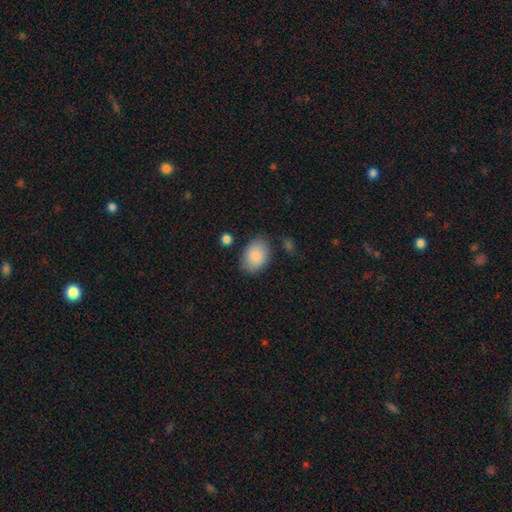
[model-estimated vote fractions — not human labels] This is clearly a smooth galaxy (86%). How rounded: clearly in between (80%). Merging: likely none (78%).